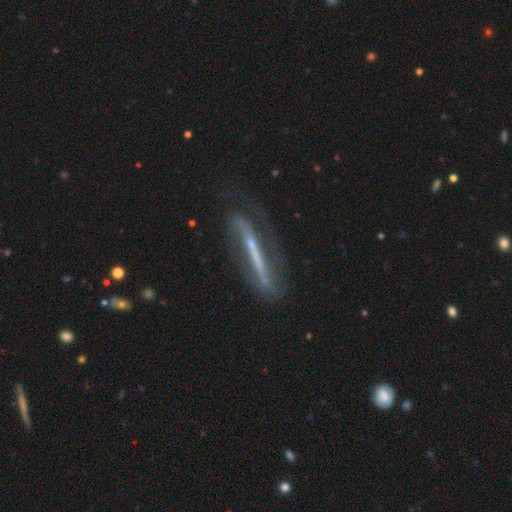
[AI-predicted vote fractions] This appears to be a featured or disk galaxy (70%) viewed edge-on (73%) with no central bulge (73%). Merging: none (61%).